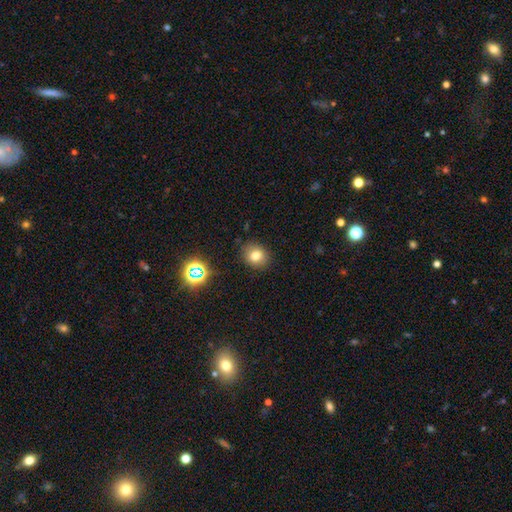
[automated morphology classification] Smooth or featured? Predicted: smooth (p=0.76). How rounded? Predicted: round (p=0.68). Merging? Predicted: none (p=0.86).